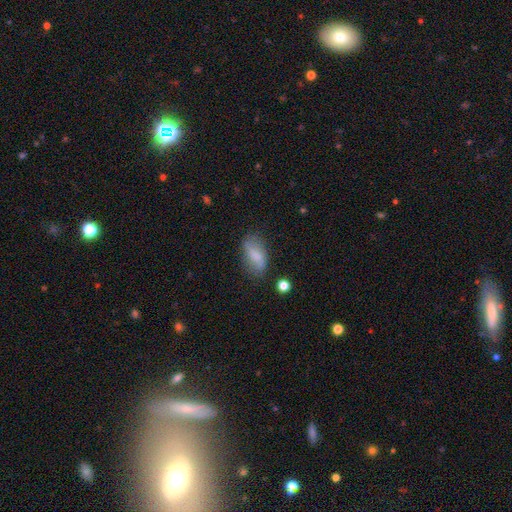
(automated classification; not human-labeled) A smooth galaxy with no disk features (71%) that is in between round and cigar-shaped (86%). Merging: none (65%).